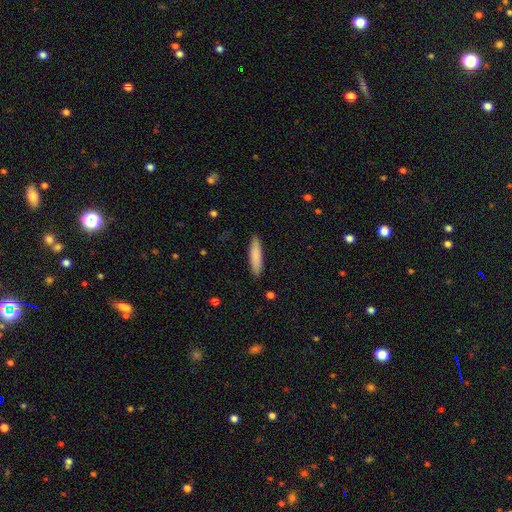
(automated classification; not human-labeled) Smooth or featured: smooth — 85% (featured or disk — 10%)
How rounded: cigar-shaped — 78% (in between — 21%)
Merging: none — 87% (minor disturbance — 10%)